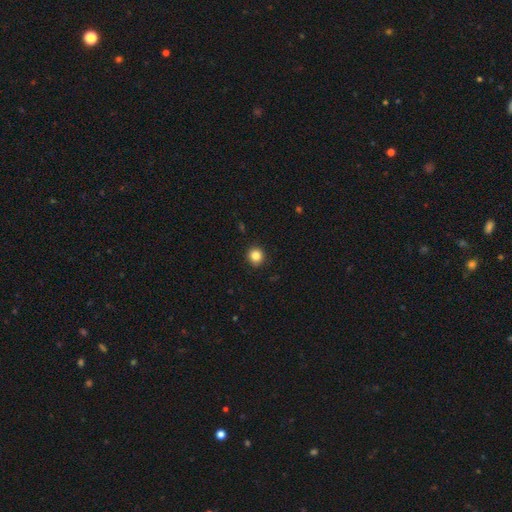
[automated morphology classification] Smooth or featured?
  - smooth: 85% *
  - star or artifact: 11%
  - featured or disk: 4%
How rounded?
  - round: 92% *
  - in between: 7%
  - cigar-shaped: 1%
Merging?
  - none: 92% *
  - minor disturbance: 5%
  - major disturbance: 2%
  - merger: 1%